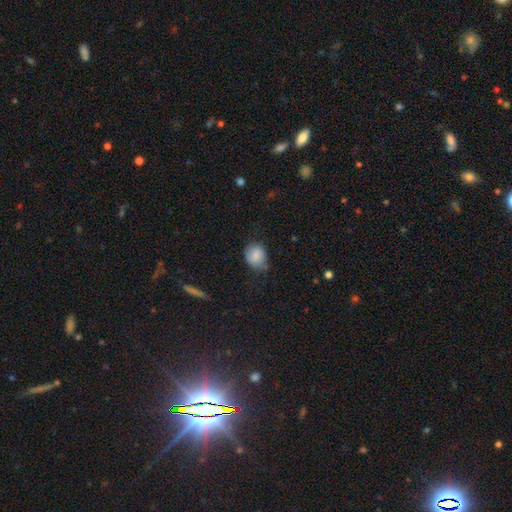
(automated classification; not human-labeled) Smooth or featured: smooth — 81% (featured or disk — 11%)
How rounded: round — 60% (in between — 39%)
Merging: none — 67% (minor disturbance — 25%)